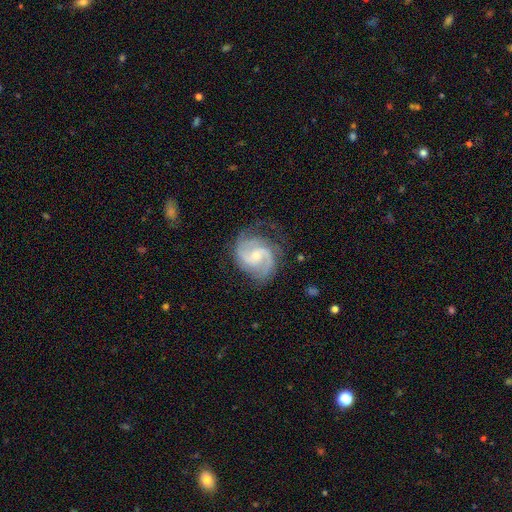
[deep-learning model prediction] Smooth or featured: featured or disk — 90% (smooth — 6%)
Edge-on disk: no — 98% (yes — 2%)
Bar: weak — 47% (no — 44%)
Spiral arms: yes — 98% (no — 2%)
Spiral winding: medium — 56% (tight — 29%)
Spiral arm count: 2 — 83% (3 — 8%)
Bulge size: small — 59% (moderate — 34%)
Merging: none — 71% (minor disturbance — 19%)